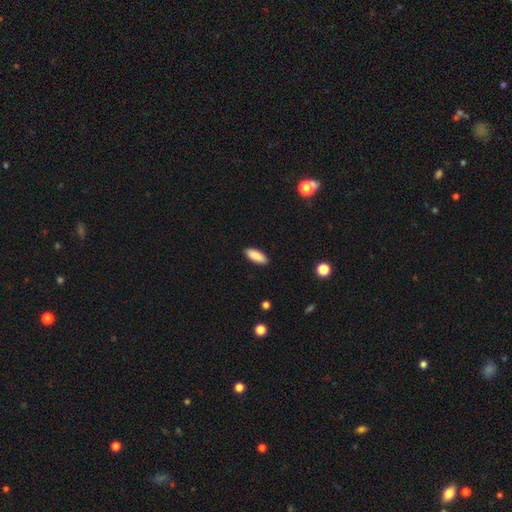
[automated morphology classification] Smooth or featured? smooth (89%)
How rounded? in between (72%)
Merging? none (90%)